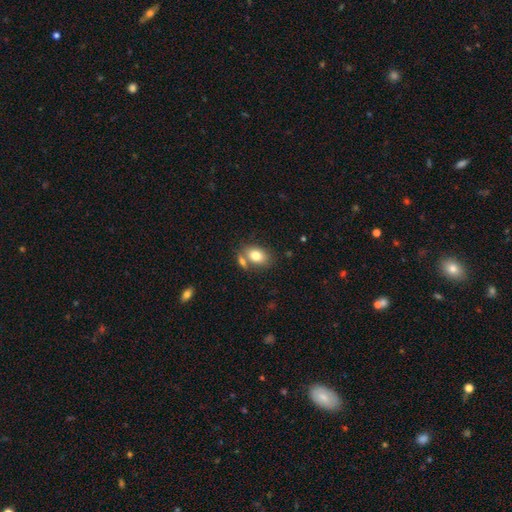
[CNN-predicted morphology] The model was most divided on "merging": none: 56%, merger: 26%, minor disturbance: 13%, major disturbance: 4%. More confident: how rounded — in between (82%); smooth or featured — smooth (79%).